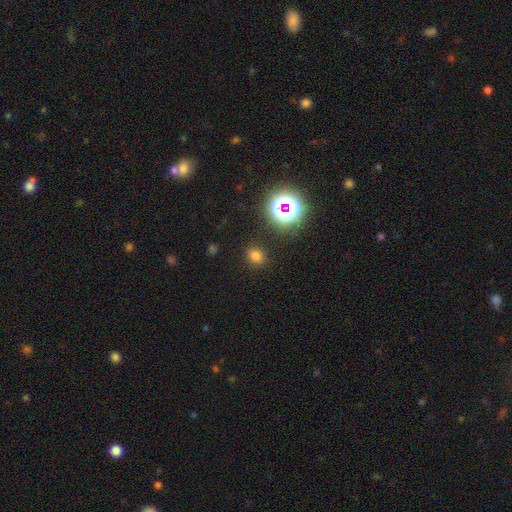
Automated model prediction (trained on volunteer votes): Q: Smooth or featured?
A: smooth (72%); runner-up: star or artifact (23%)
Q: How rounded?
A: round (65%); runner-up: in between (34%)
Q: Merging?
A: none (87%); runner-up: minor disturbance (8%)